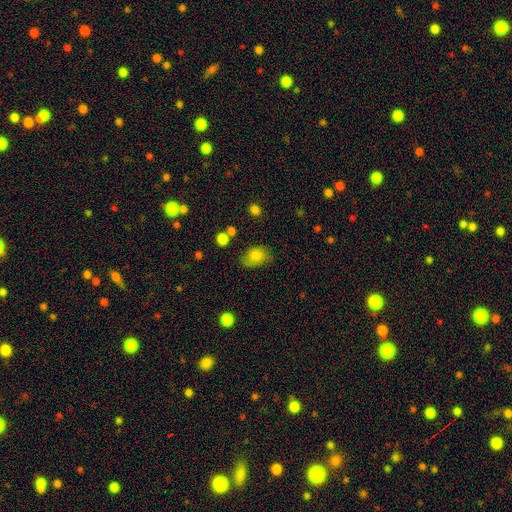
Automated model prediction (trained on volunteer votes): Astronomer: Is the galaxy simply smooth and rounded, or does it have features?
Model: smooth — 80%.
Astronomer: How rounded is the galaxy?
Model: in between — 75%.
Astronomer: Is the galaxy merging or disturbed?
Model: none — 67%.